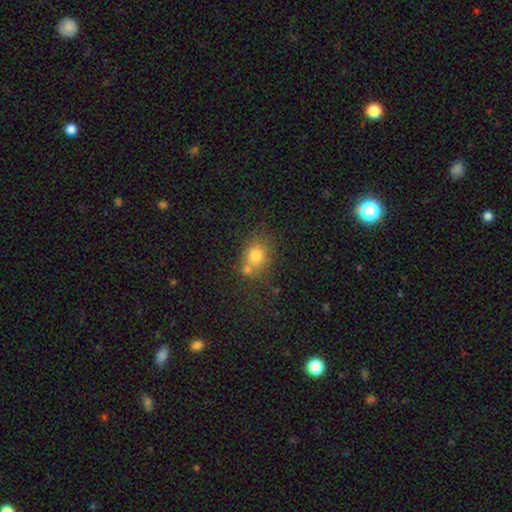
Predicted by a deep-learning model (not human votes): A smooth galaxy with no disk features (77%) that is round (57%). Merging: none (50%).